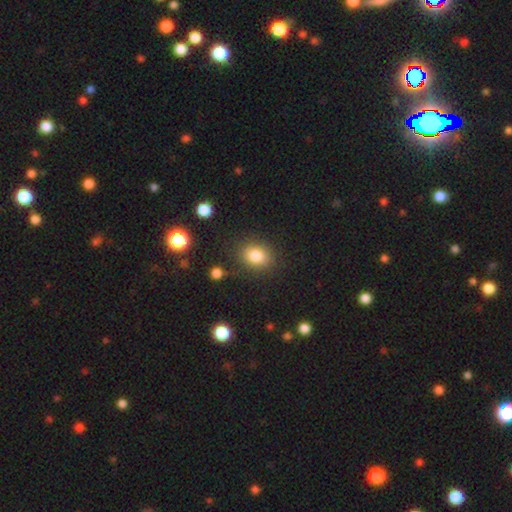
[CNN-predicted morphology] Smooth or featured? smooth (82%)
How rounded? round (50%)
Merging? none (83%)